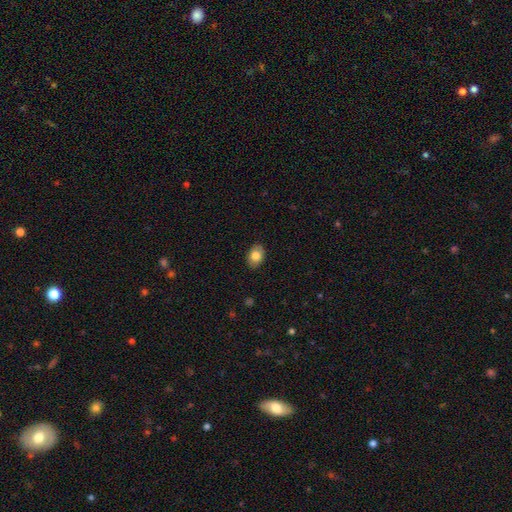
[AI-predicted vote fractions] Smooth or featured? Predicted: smooth (p=0.81). How rounded? Predicted: in between (p=0.81). Merging? Predicted: none (p=0.88).